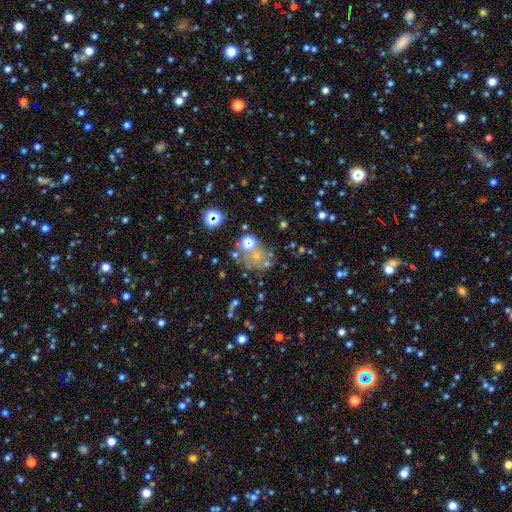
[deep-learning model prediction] smooth_or_featured: smooth (p=0.46) [alt: star or artifact p=0.31]
merging: none (p=0.50) [alt: merger p=0.24]